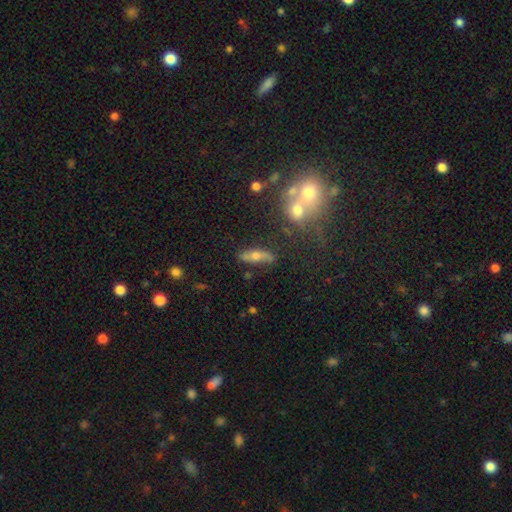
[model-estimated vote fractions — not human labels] Smooth or featured?
  - smooth: 50% *
  - featured or disk: 40%
  - star or artifact: 10%
How rounded?
  - cigar-shaped: 48% *
  - in between: 46%
  - round: 5%
Merging?
  - none: 73% *
  - minor disturbance: 17%
  - major disturbance: 6%
  - merger: 4%